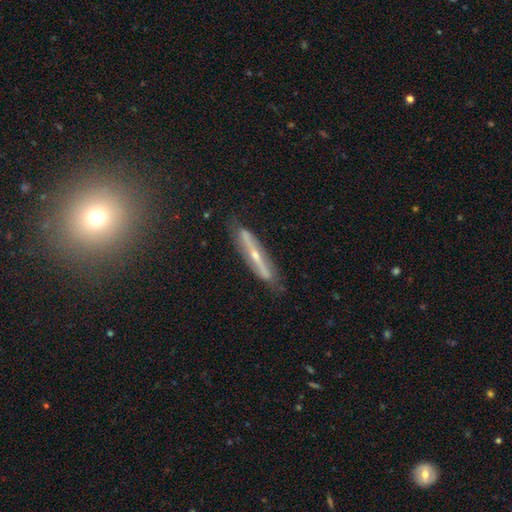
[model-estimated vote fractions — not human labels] A featured or disk galaxy (73%) viewed edge-on (74%) with a rounded central bulge (79%). Merging: none (78%).